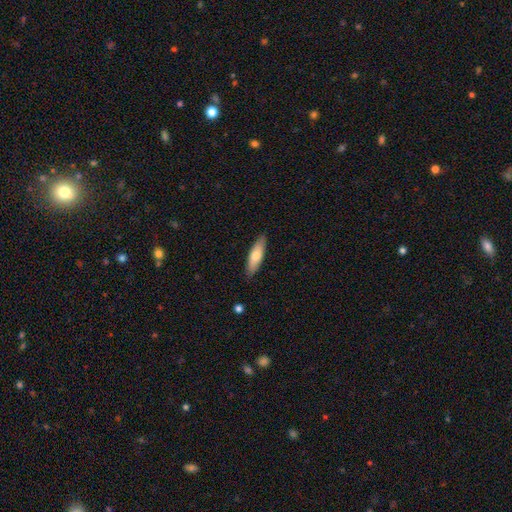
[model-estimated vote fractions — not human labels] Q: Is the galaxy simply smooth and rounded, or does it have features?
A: smooth — 70%.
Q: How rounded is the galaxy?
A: cigar-shaped — 53%.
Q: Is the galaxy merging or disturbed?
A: none — 87%.